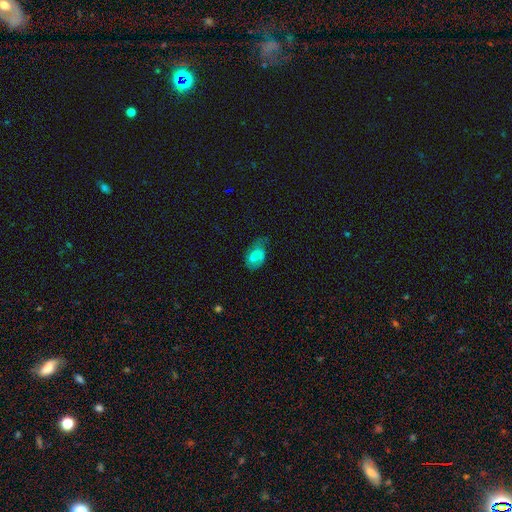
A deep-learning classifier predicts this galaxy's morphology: smooth 53%, featured or disk 37%, star or artifact 10%. Down the decision tree: how rounded — in between (84%); merging — none (36%).